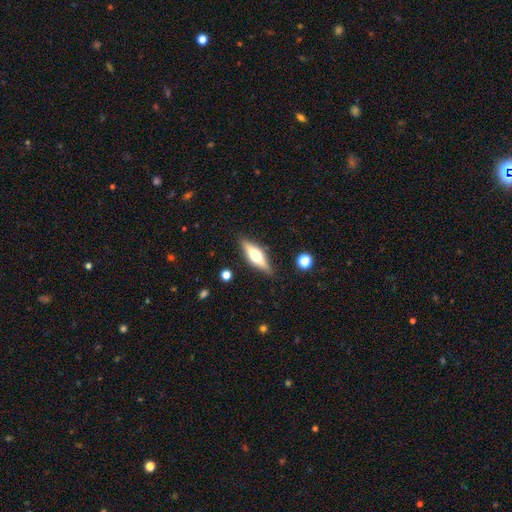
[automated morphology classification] featured or disk 56%, smooth 37%, star or artifact 6%. Down the decision tree: edge-on disk — yes (94%); edge-on bulge — rounded (93%); merging — none (86%).